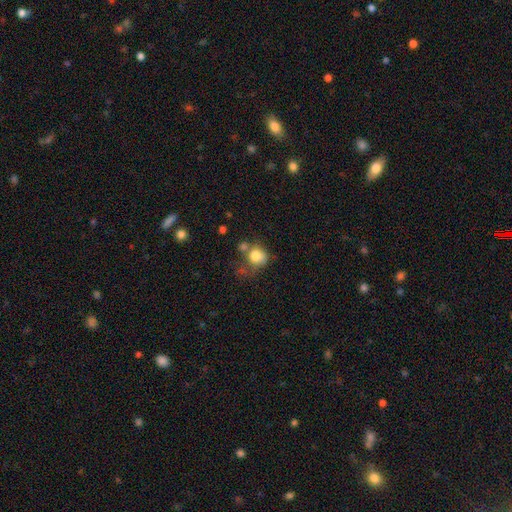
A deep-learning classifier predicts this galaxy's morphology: Q: Smooth or featured?
A: smooth (78%); runner-up: featured or disk (13%)
Q: How rounded?
A: round (67%); runner-up: in between (32%)
Q: Merging?
A: none (33%); runner-up: merger (24%)